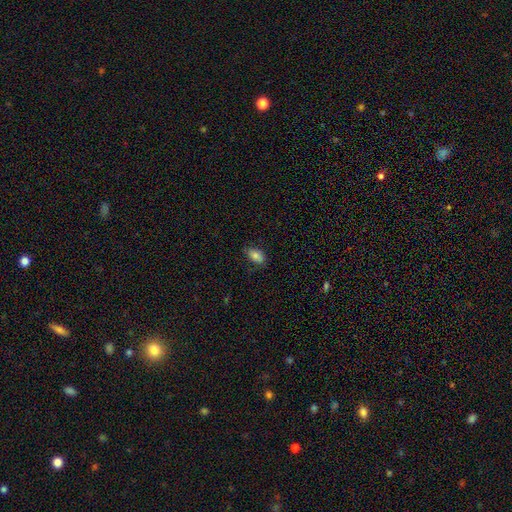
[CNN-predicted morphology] smooth 77%, featured or disk 15%, star or artifact 9%. Down the decision tree: how rounded — in between (91%); merging — none (75%).